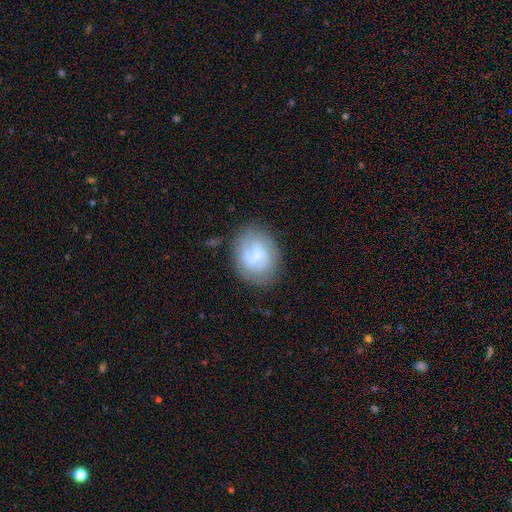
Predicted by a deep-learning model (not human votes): Smooth or featured: featured or disk — 56% (smooth — 36%)
Edge-on disk: no — 98% (yes — 2%)
Bar: weak — 49% (no — 35%)
Spiral arms: yes — 77% (no — 23%)
Bulge size: small — 42% (none — 32%)
Merging: none — 73% (minor disturbance — 17%)